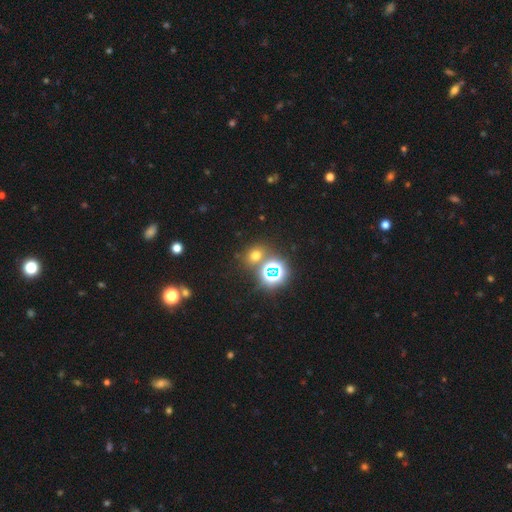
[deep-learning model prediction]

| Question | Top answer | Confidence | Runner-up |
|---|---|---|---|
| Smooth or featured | smooth | 55% | star or artifact (37%) |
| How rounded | round | 68% | in between (30%) |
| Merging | none | 74% | merger (13%) |